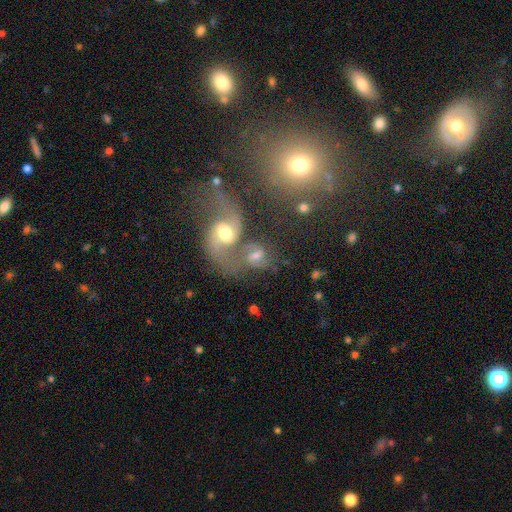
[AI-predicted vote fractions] This is possibly a featured or disk galaxy (54%). It is clearly not viewed edge-on (95%). Bar: marginally no (45%). Spiral arm pattern: clearly yes (81%). Central bulge: likely moderate (61%). Merging: possibly merger (51%).